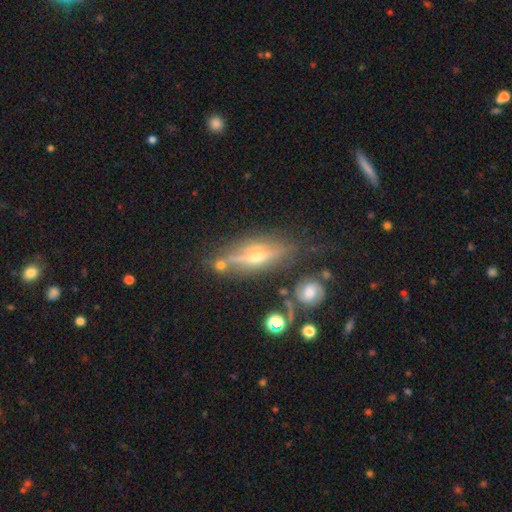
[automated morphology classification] type=featured or disk (72%); edge-on=yes (90%); edge-on bulge=rounded (91%); merging=none (71%).